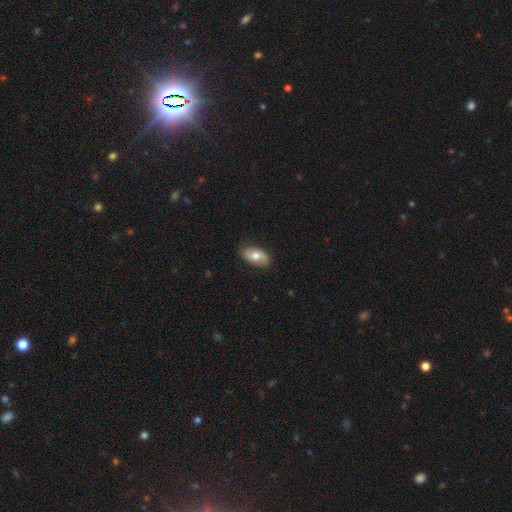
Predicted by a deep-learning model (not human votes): Morphology: type=smooth (69%); roundness=in between (92%); merging=none (82%).